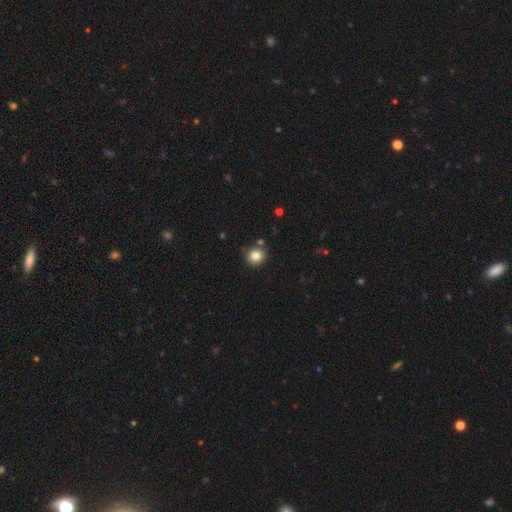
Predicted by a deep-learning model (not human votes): A smooth galaxy with no disk features (82%) that is round (89%).

Vote fractions:
- Smooth or featured? smooth: 82% / star or artifact: 11% / featured or disk: 7%
- How rounded? round: 89% / in between: 10% / cigar-shaped: 1%
- Merging? none: 84% / minor disturbance: 8% / merger: 6% / major disturbance: 2%